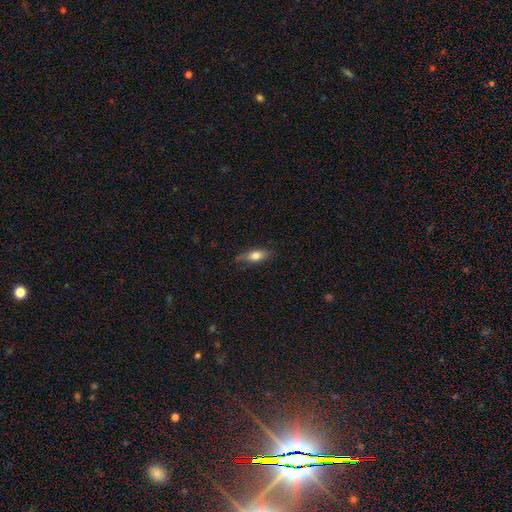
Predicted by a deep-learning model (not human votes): smooth-or-featured: smooth: 75% | featured or disk: 17% | star or artifact: 7%
  how-rounded: in between: 77% | cigar-shaped: 19% | round: 4%
  merging: none: 70% | minor disturbance: 23% | major disturbance: 5% | merger: 2%